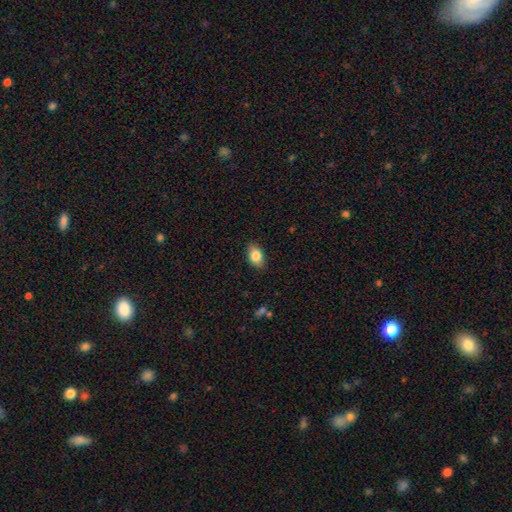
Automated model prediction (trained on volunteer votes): The model was most divided on "smooth or featured": smooth: 83%, featured or disk: 9%, star or artifact: 8%. More confident: how rounded — in between (86%); merging — none (85%).